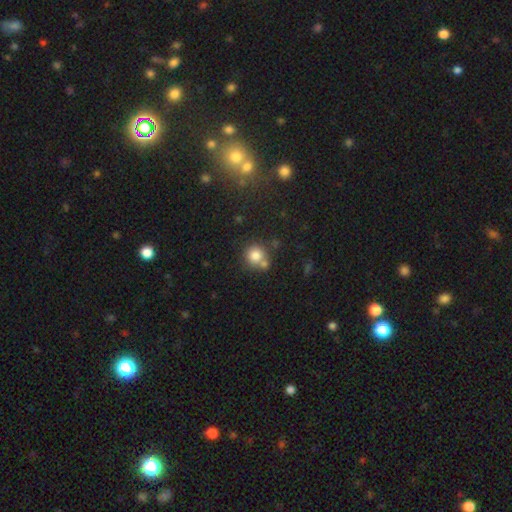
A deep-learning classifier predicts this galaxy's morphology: Smooth or featured? smooth (80%)
How rounded? round (89%)
Merging? none (57%)